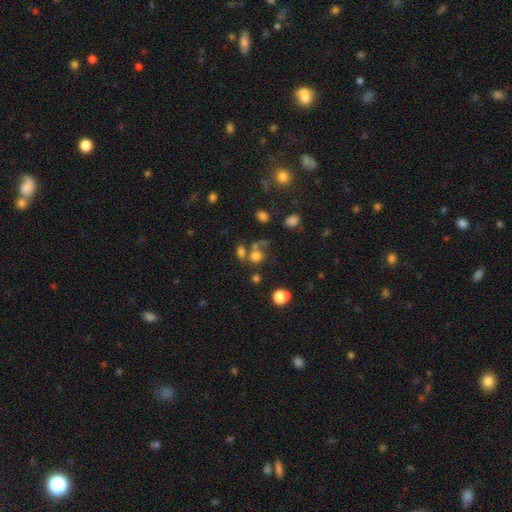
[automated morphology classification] Q: Smooth or featured?
A: smooth (69%); runner-up: star or artifact (19%)
Q: How rounded?
A: round (70%); runner-up: in between (28%)
Q: Merging?
A: none (43%); runner-up: merger (34%)